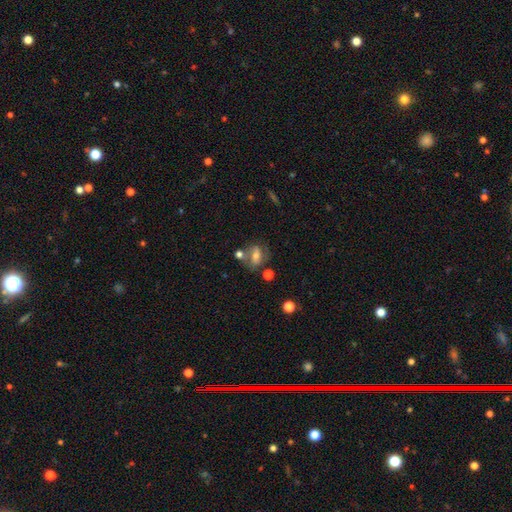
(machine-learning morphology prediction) This appears to be a smooth galaxy with no disk features (47%). Merging: none (54%).